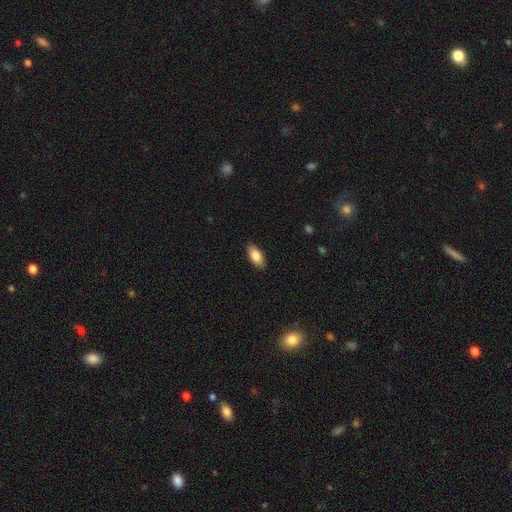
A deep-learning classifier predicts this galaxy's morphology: Smooth or featured? smooth (83%)
How rounded? in between (89%)
Merging? none (89%)